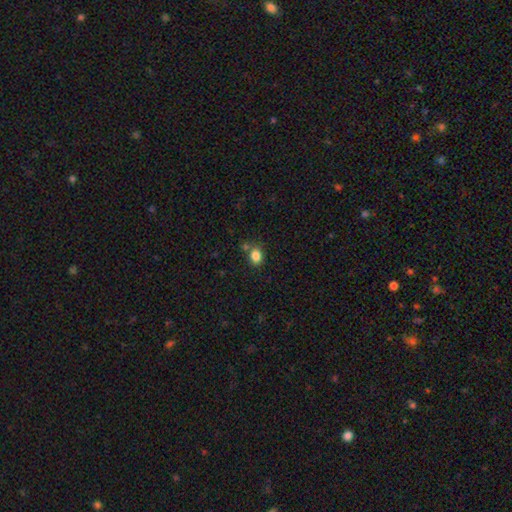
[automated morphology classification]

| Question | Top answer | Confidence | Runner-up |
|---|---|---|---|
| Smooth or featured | smooth | 84% | star or artifact (11%) |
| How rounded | in between | 50% | round (49%) |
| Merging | none | 70% | merger (14%) |